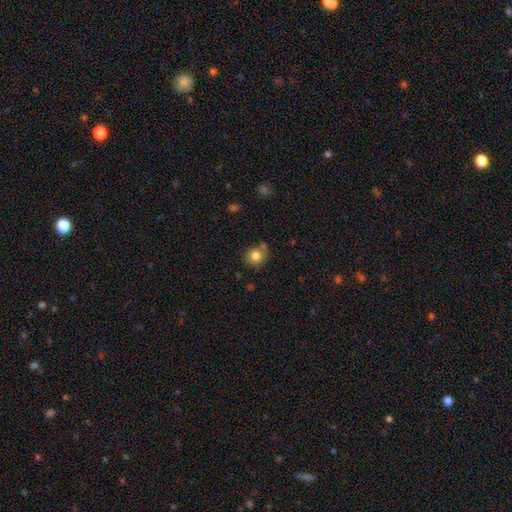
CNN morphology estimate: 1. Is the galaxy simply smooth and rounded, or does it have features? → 81% smooth, 10% star or artifact, 9% featured or disk.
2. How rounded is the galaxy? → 84% round, 15% in between, 1% cigar-shaped.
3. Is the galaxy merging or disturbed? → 68% none, 16% minor disturbance, 12% merger, 4% major disturbance.